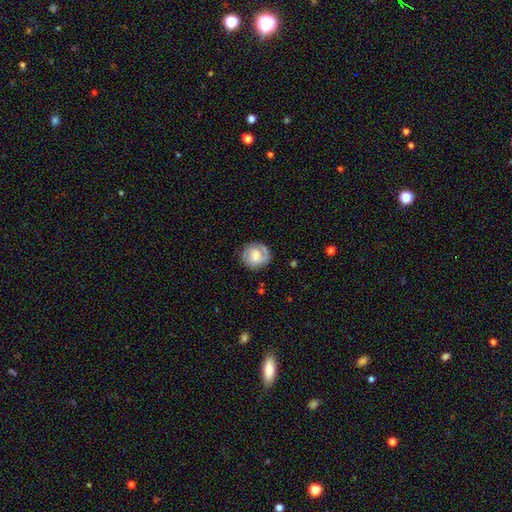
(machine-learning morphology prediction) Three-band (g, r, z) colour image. It shows a featured or disk galaxy (60%) with no bar (46%), 2 (60%) tight (48%) spiral arms (89%) and a moderate central bulge (42%). Merging: none (76%).